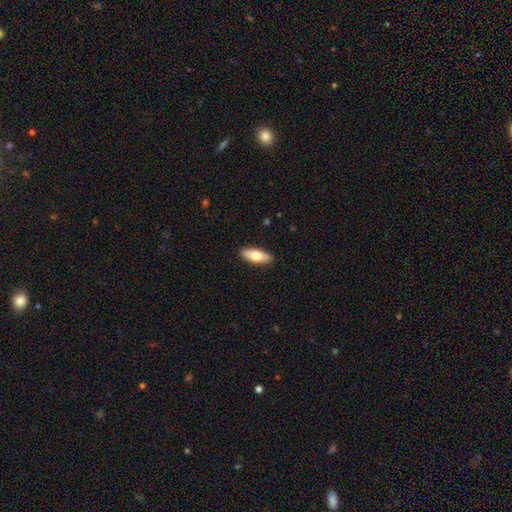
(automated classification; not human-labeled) Q: Smooth or featured?
A: smooth (73%); runner-up: featured or disk (22%)
Q: How rounded?
A: in between (68%); runner-up: cigar-shaped (30%)
Q: Merging?
A: none (89%); runner-up: minor disturbance (8%)